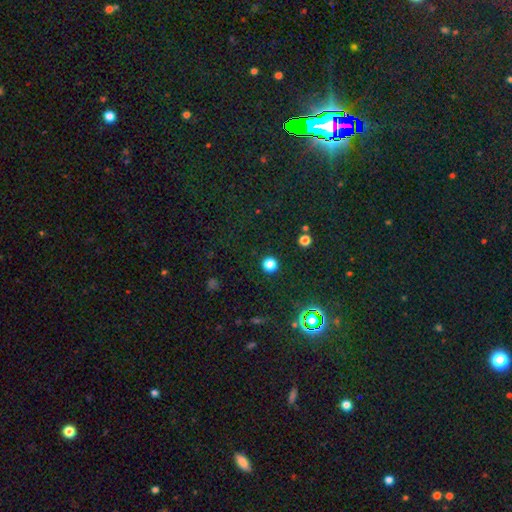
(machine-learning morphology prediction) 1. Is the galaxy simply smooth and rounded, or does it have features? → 78% star or artifact, 14% smooth, 8% featured or disk.